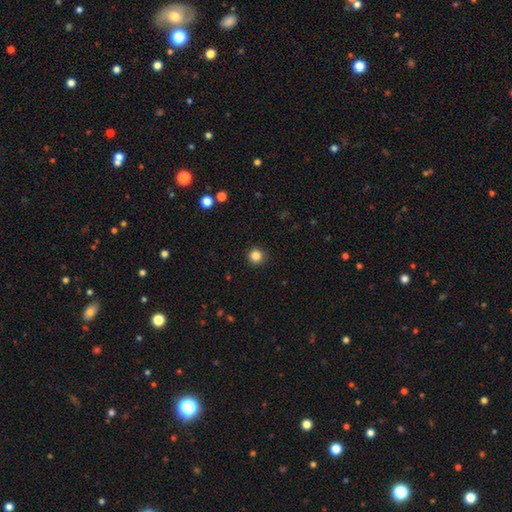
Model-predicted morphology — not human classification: type=smooth (85%); roundness=round (94%); merging=none (92%).